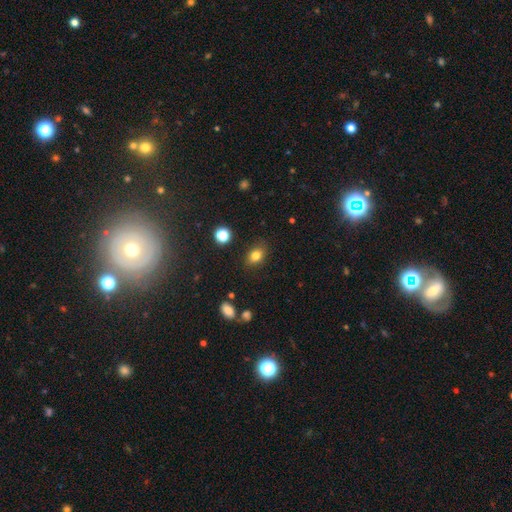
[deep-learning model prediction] A smooth galaxy with no disk features (81%) that is in between round and cigar-shaped (70%).

Vote fractions:
- Smooth or featured? smooth: 81% / star or artifact: 11% / featured or disk: 8%
- How rounded? in between: 70% / round: 28% / cigar-shaped: 2%
- Merging? none: 82% / minor disturbance: 13% / major disturbance: 3% / merger: 2%